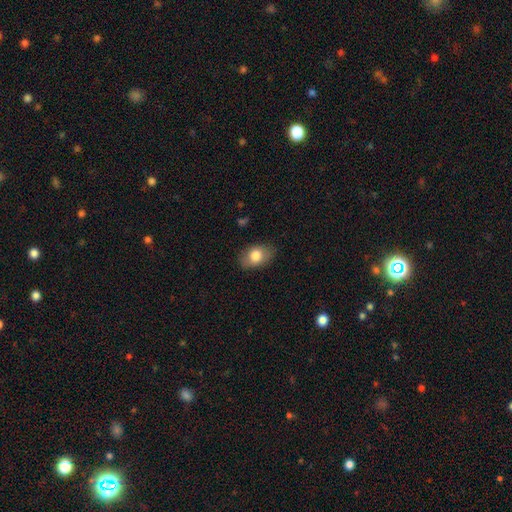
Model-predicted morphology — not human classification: Smooth or featured: smooth — 79% (featured or disk — 13%)
How rounded: in between — 84% (round — 15%)
Merging: none — 82% (minor disturbance — 14%)